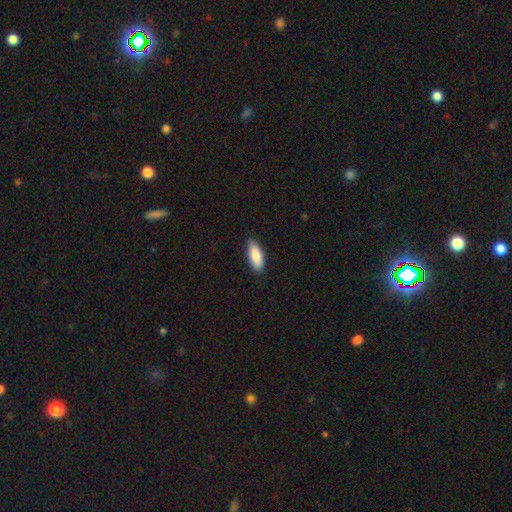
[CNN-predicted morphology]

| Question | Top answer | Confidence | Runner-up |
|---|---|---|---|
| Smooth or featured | smooth | 87% | featured or disk (7%) |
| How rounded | in between | 80% | cigar-shaped (18%) |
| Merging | none | 86% | minor disturbance (11%) |